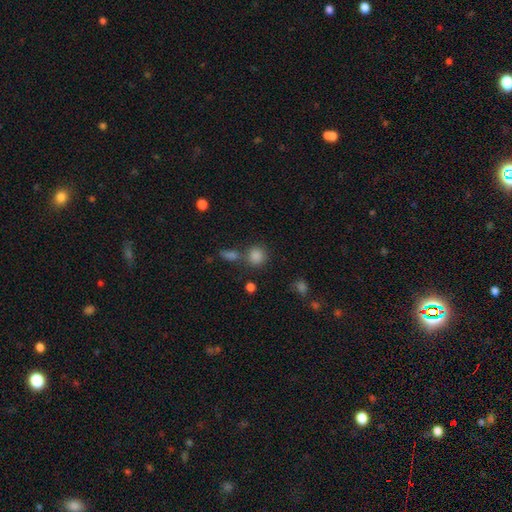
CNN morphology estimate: Smooth or featured? smooth (81%)
How rounded? round (85%)
Merging? none (67%)